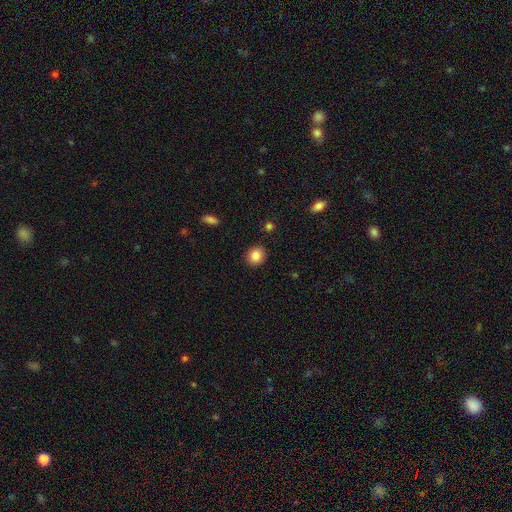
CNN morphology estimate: This appears to be a smooth galaxy with no disk features (85%) that is round (82%). Merging: none (91%).